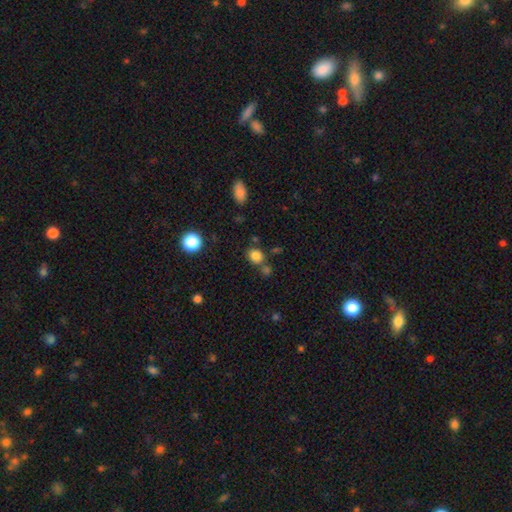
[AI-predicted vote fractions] Overall: smooth (82%). How rounded: round (64%; in between 35%). Merging: none (69%).